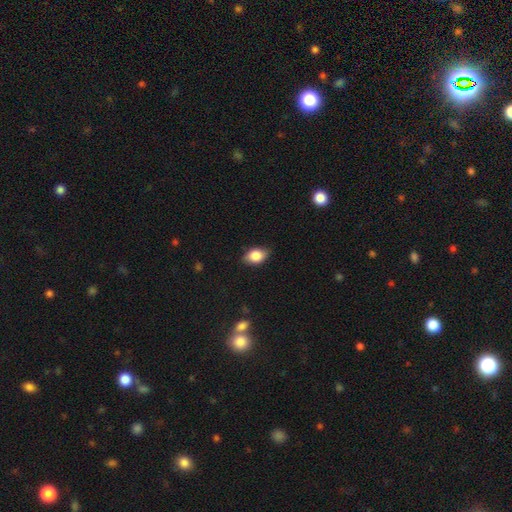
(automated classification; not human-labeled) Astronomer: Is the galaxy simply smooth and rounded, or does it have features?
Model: smooth — 83%.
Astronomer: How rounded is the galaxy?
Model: in between — 83%.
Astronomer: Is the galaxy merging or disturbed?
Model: none — 81%.